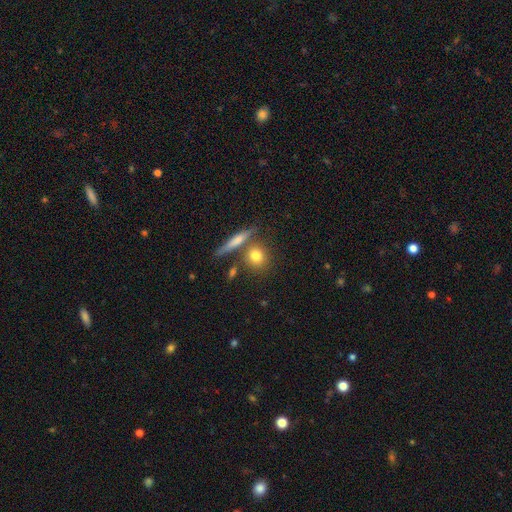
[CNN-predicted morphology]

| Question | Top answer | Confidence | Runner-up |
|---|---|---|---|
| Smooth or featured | smooth | 76% | featured or disk (14%) |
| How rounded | round | 72% | in between (18%) |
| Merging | none | 68% | merger (18%) |